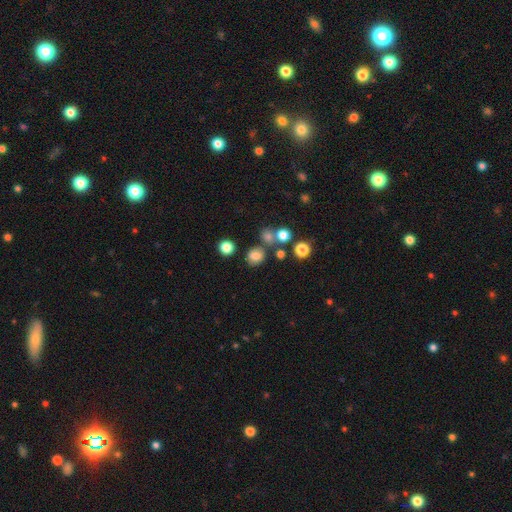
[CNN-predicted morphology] type=smooth (77%); roundness=round (71%); merging=none (72%).